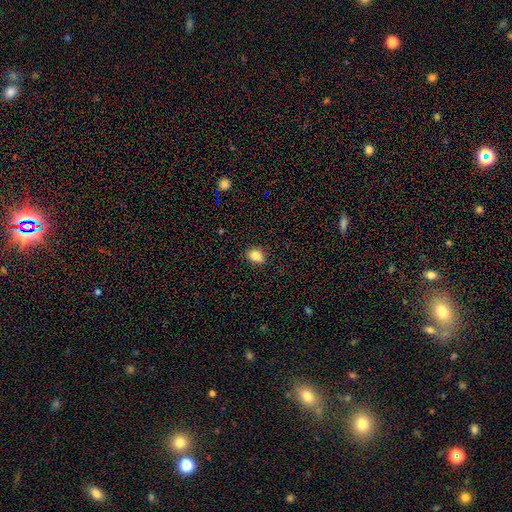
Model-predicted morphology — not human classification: type=smooth (85%); roundness=in between (70%); merging=none (84%).